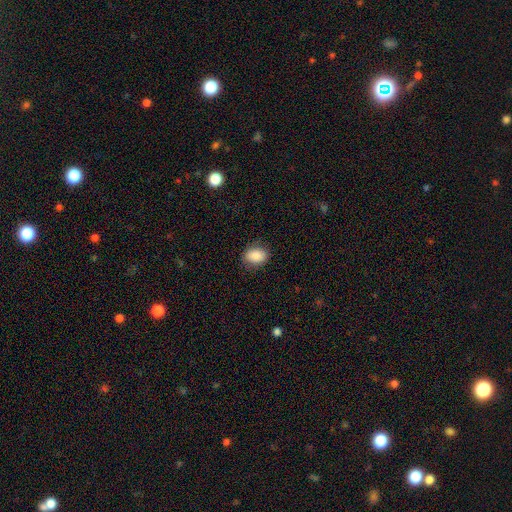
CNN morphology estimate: This appears to be a smooth galaxy with no disk features (86%) that is in between round and cigar-shaped (70%). Merging: none (82%).